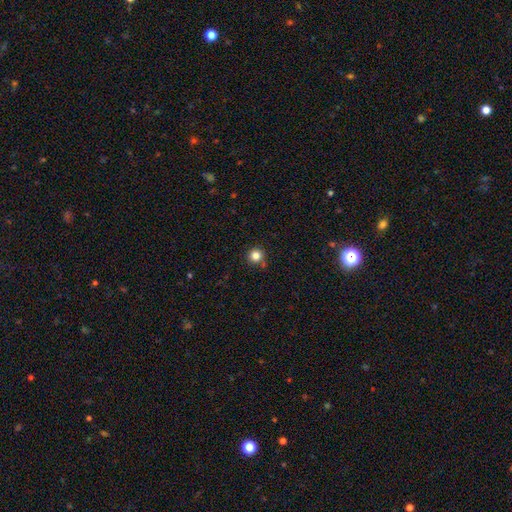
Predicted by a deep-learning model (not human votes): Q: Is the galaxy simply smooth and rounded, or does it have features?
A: smooth — 83%.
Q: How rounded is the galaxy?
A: round — 94%.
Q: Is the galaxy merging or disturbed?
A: none — 84%.